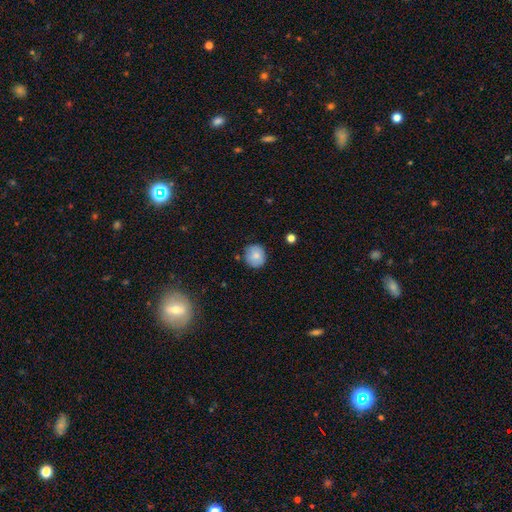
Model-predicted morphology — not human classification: A smooth galaxy with no disk features (80%) that is round (87%). Merging: none (79%).